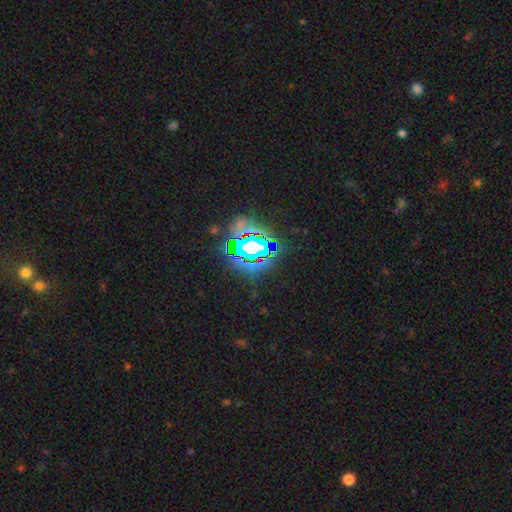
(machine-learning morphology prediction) Q: Smooth or featured?
A: star or artifact (74%); runner-up: smooth (13%)